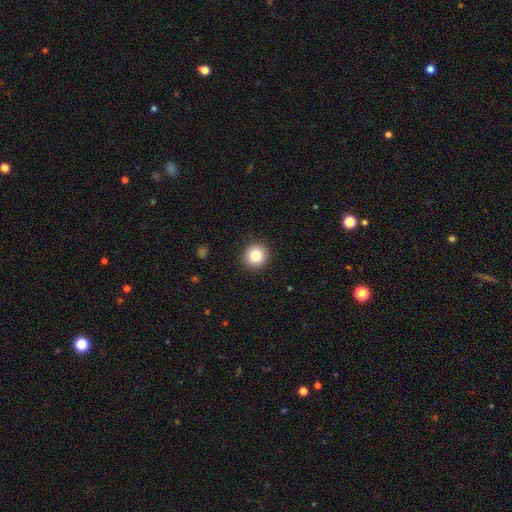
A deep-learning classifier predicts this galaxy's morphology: Smooth or featured: smooth — 84% (star or artifact — 10%)
How rounded: round — 93% (in between — 6%)
Merging: none — 92% (minor disturbance — 5%)